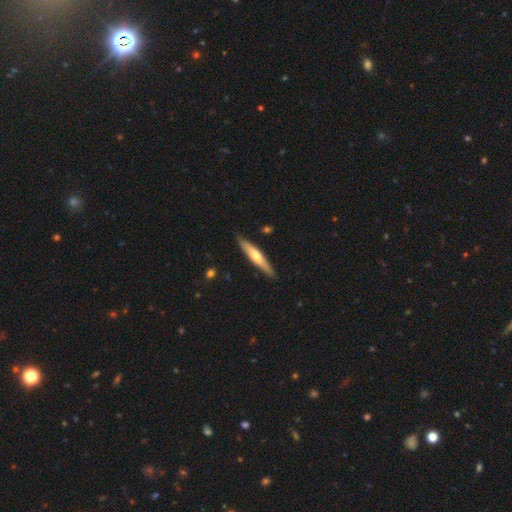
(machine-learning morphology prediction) Smooth or featured?
  - featured or disk: 49% *
  - smooth: 46%
  - star or artifact: 5%
Merging?
  - none: 89% *
  - minor disturbance: 8%
  - major disturbance: 2%
  - merger: 1%